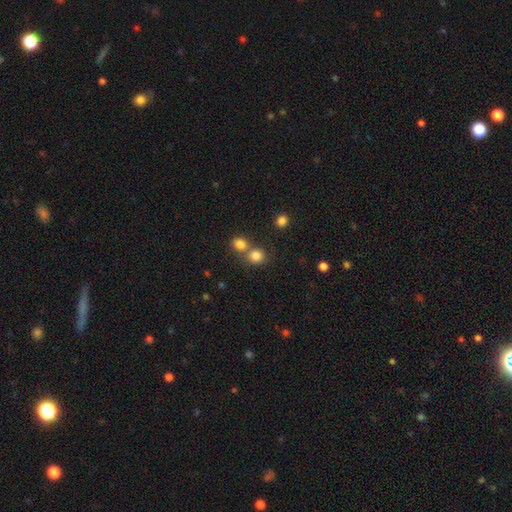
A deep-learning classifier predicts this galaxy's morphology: A smooth galaxy with no disk features (82%) that is round (82%).

Vote fractions:
- Smooth or featured? smooth: 82% / star or artifact: 12% / featured or disk: 6%
- How rounded? round: 82% / in between: 17% / cigar-shaped: 1%
- Merging? none: 50% / merger: 40% / minor disturbance: 7% / major disturbance: 3%